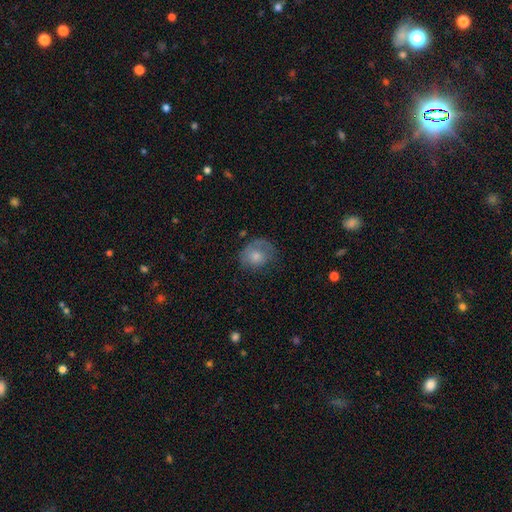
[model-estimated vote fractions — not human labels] Smooth or featured: smooth — 70% (featured or disk — 22%)
How rounded: round — 64% (in between — 36%)
Merging: none — 47% (minor disturbance — 29%)